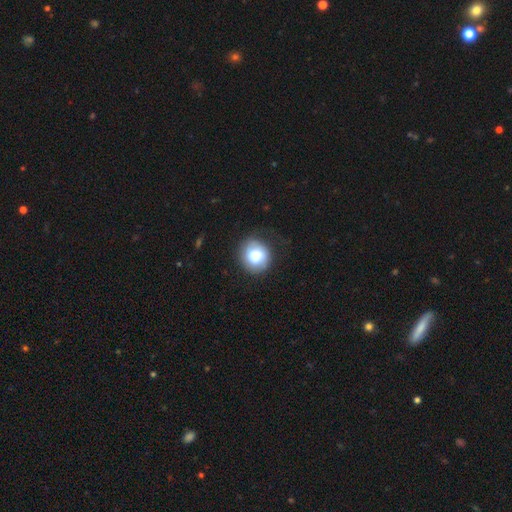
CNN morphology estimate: This is likely a smooth galaxy (76%). How rounded: clearly round (84%). Merging: likely none (75%).